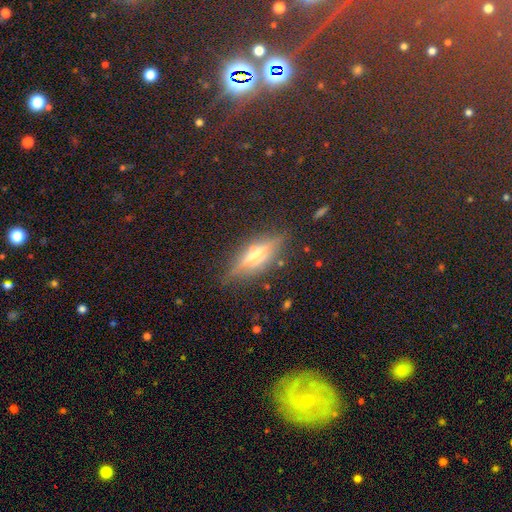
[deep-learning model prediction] A featured or disk galaxy (37%). Merging: none (81%).